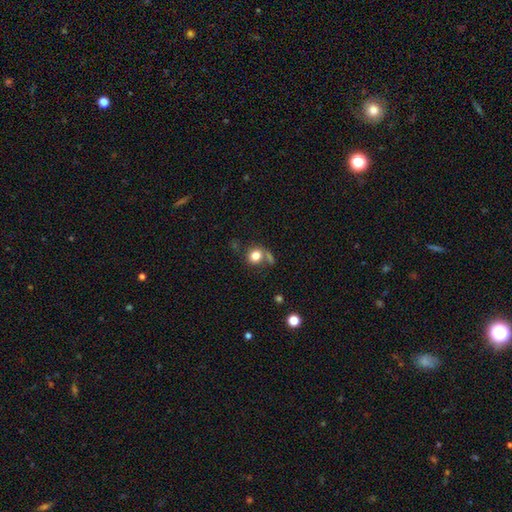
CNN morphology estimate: smooth_or_featured: smooth (p=0.80) [alt: star or artifact p=0.10]
how_rounded: round (p=0.78) [alt: in between p=0.21]
merging: none (p=0.56) [alt: merger p=0.19]